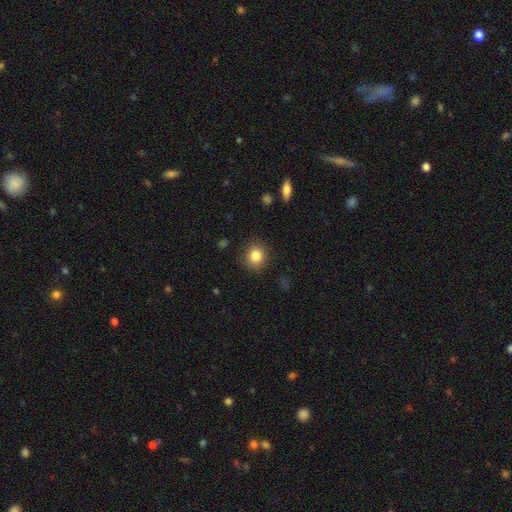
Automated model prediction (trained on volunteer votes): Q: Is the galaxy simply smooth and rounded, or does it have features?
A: smooth — 84%.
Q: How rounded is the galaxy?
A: round — 82%.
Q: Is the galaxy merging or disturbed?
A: none — 88%.